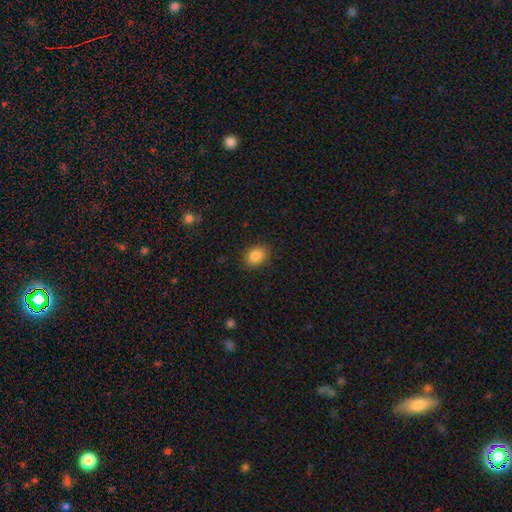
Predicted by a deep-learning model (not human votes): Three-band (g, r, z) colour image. It shows a smooth galaxy with no disk features (87%) that is in between round and cigar-shaped (63%). Merging: none (87%).